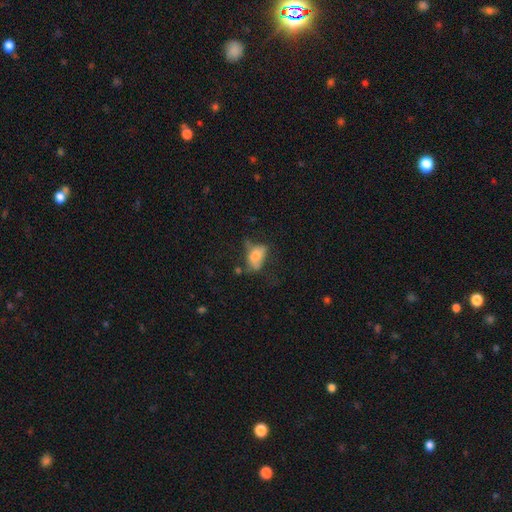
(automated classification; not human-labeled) A smooth galaxy with no disk features (68%) that is in between round and cigar-shaped (88%). Merging: none (32%).